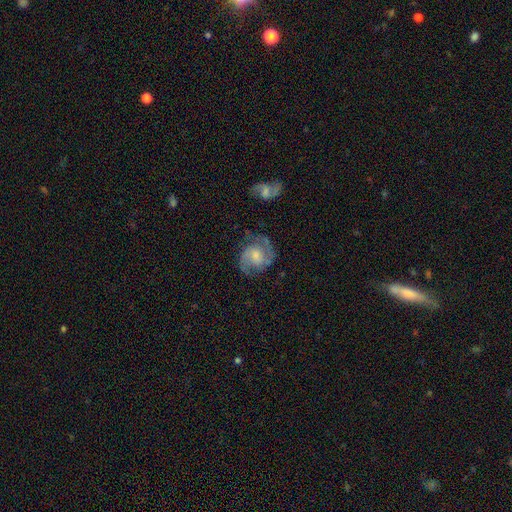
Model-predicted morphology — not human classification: A featured or disk galaxy (78%) with no bar (52%), 2 (85%) medium (54%) spiral arms (94%) and a moderate central bulge (46%).

Vote fractions:
- Smooth or featured? featured or disk: 78% / smooth: 15% / star or artifact: 7%
- Edge-on disk? no: 98% / yes: 2%
- Bar? no: 52% / weak: 41% / strong: 7%
- Spiral arms? yes: 94% / no: 6%
- Spiral winding? medium: 54% / tight: 28% / loose: 18%
- Spiral arm count? 2: 85% / can't tell: 7% / 3: 3% / 1: 3% / 4: 1% / more than 4: 1%
- Bulge size? moderate: 46% / small: 29% / large: 12% / none: 11% / dominant: 2%
- Merging? none: 70% / minor disturbance: 19% / major disturbance: 9% / merger: 2%